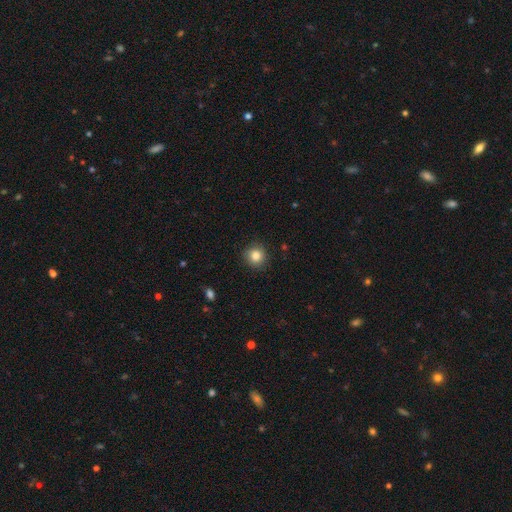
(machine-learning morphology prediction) This appears to be a smooth galaxy with no disk features (84%) that is round (90%). Merging: none (88%).